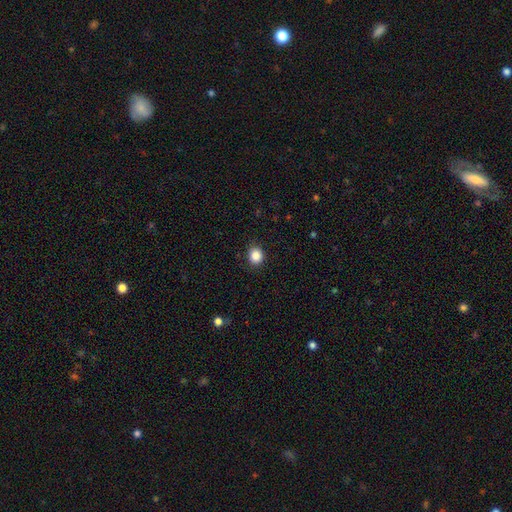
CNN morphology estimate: Smooth or featured?
  - smooth: 87% *
  - star or artifact: 10%
  - featured or disk: 3%
How rounded?
  - round: 76% *
  - in between: 23%
  - cigar-shaped: 1%
Merging?
  - none: 88% *
  - minor disturbance: 8%
  - major disturbance: 2%
  - merger: 1%